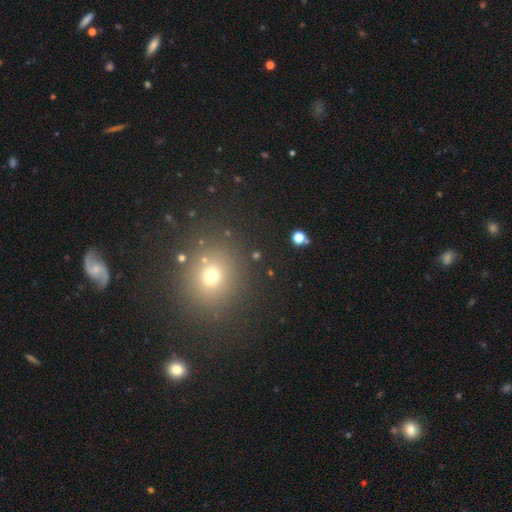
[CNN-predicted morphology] smooth 61%, star or artifact 30%, featured or disk 9%. Down the decision tree: how rounded — round (80%); merging — none (84%).